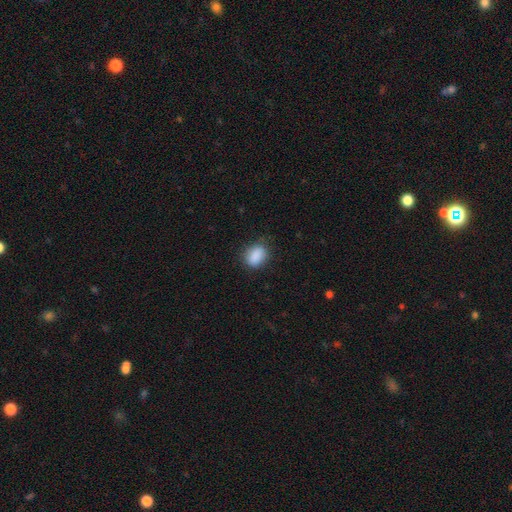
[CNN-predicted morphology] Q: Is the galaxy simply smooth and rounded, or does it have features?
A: smooth — 88%.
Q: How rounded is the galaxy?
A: in between — 69%.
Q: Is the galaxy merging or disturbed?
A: none — 78%.